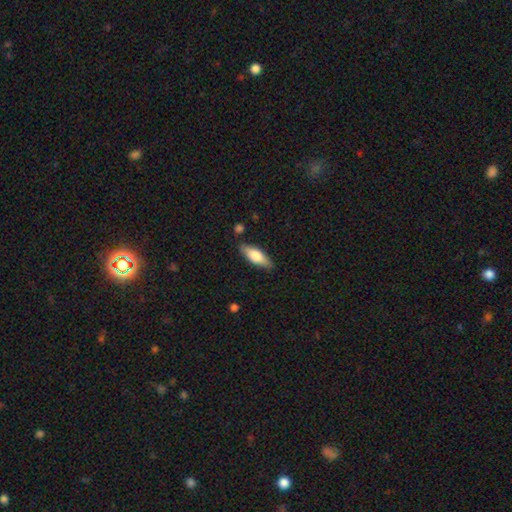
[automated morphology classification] Smooth or featured? Predicted: smooth (p=0.65). How rounded? Predicted: in between (p=0.59). Merging? Predicted: none (p=0.84).